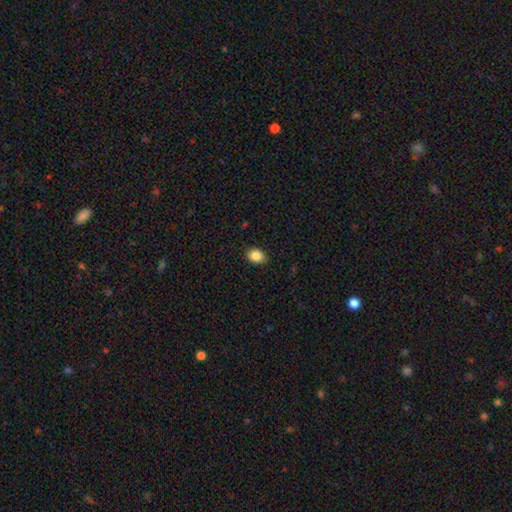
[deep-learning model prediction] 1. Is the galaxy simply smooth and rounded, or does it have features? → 85% smooth, 9% star or artifact, 5% featured or disk.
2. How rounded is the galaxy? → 61% in between, 38% round, 1% cigar-shaped.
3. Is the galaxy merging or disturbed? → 87% none, 10% minor disturbance, 2% major disturbance, 1% merger.